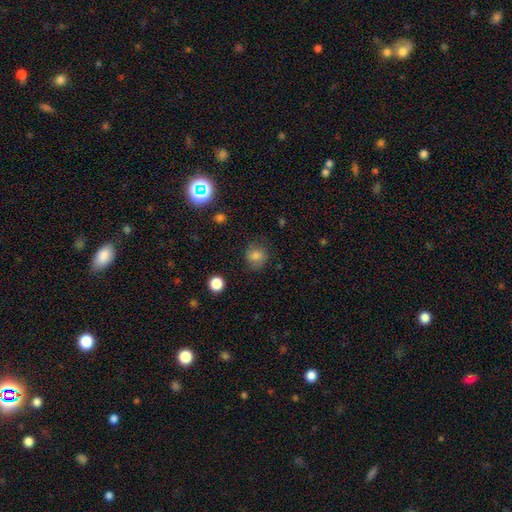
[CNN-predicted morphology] Smooth or featured?
  - smooth: 72% *
  - star or artifact: 15%
  - featured or disk: 13%
How rounded?
  - round: 81% *
  - in between: 18%
  - cigar-shaped: 1%
Merging?
  - none: 78% *
  - minor disturbance: 15%
  - major disturbance: 6%
  - merger: 1%